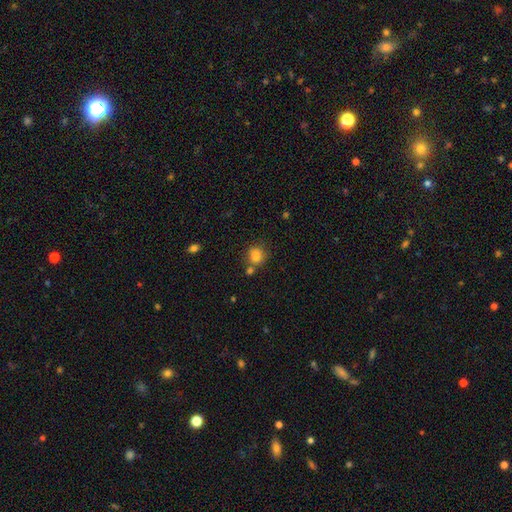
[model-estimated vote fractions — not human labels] Morphology: type=smooth (83%); roundness=round (71%); merging=none (61%).